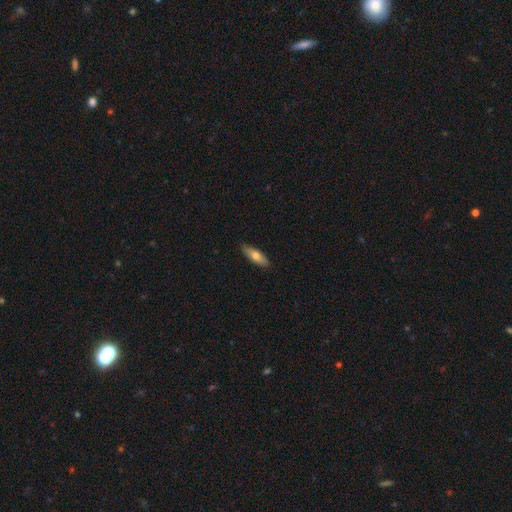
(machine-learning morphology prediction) Overall: smooth (68%). How rounded: in between (50%; cigar-shaped 48%). Merging: none (88%).